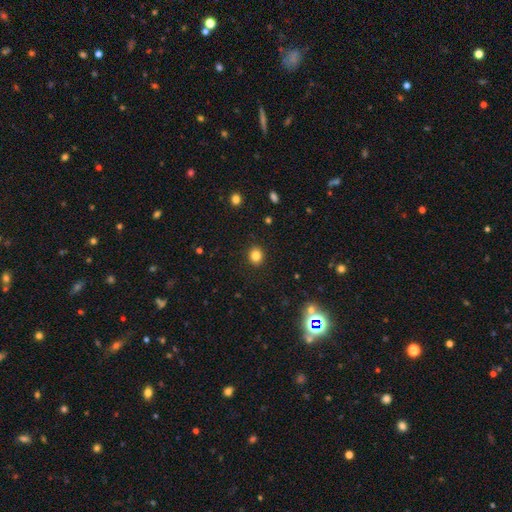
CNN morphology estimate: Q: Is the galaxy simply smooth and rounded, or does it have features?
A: smooth — 83%.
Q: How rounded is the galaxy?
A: round — 78%.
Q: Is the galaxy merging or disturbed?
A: none — 91%.